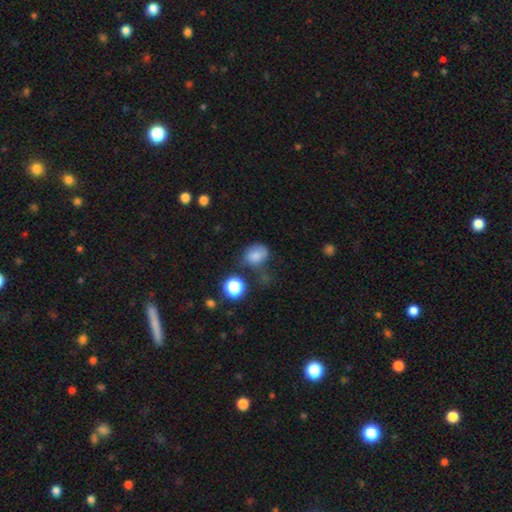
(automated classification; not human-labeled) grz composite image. It shows a smooth galaxy with no disk features (75%) that is in between round and cigar-shaped (53%). Merging: none (45%).